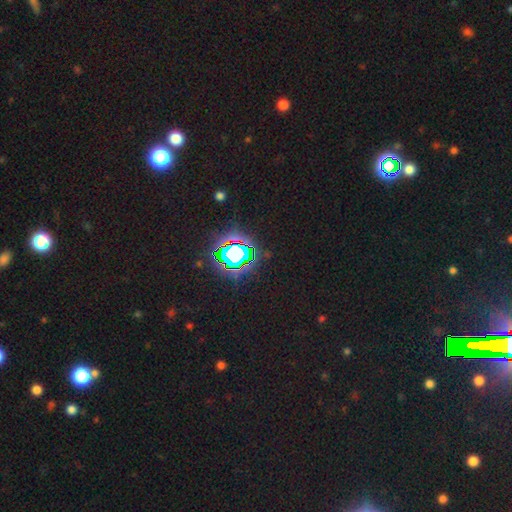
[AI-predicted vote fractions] smooth-or-featured: star or artifact: 83% | smooth: 11% | featured or disk: 7%